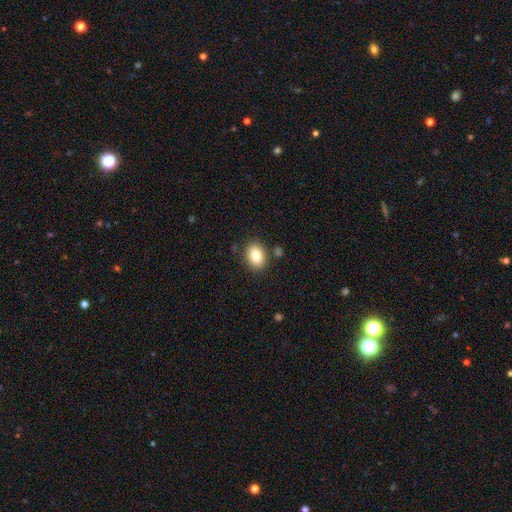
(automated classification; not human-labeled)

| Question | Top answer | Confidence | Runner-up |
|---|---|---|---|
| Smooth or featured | smooth | 83% | featured or disk (9%) |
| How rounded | in between | 68% | round (31%) |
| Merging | none | 84% | minor disturbance (10%) |